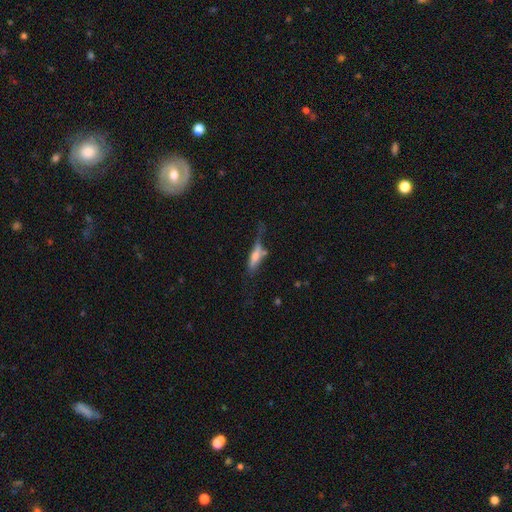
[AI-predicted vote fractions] Q: Smooth or featured?
A: smooth (58%); runner-up: featured or disk (35%)
Q: How rounded?
A: cigar-shaped (65%); runner-up: in between (32%)
Q: Merging?
A: none (40%); runner-up: minor disturbance (28%)